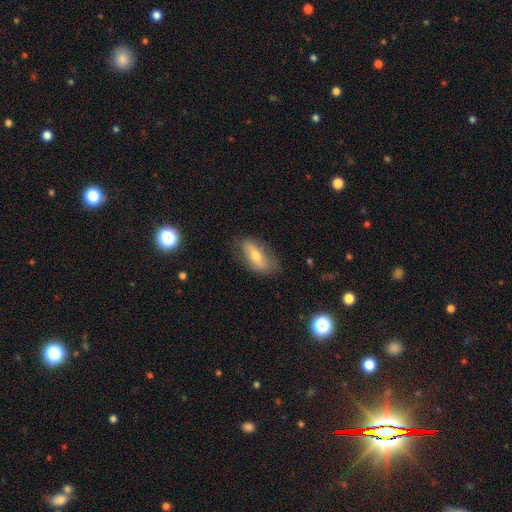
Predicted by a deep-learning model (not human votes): Smooth or featured?
  - smooth: 54% *
  - featured or disk: 37%
  - star or artifact: 9%
How rounded?
  - in between: 81% *
  - cigar-shaped: 14%
  - round: 5%
Merging?
  - none: 74% *
  - minor disturbance: 19%
  - major disturbance: 6%
  - merger: 1%